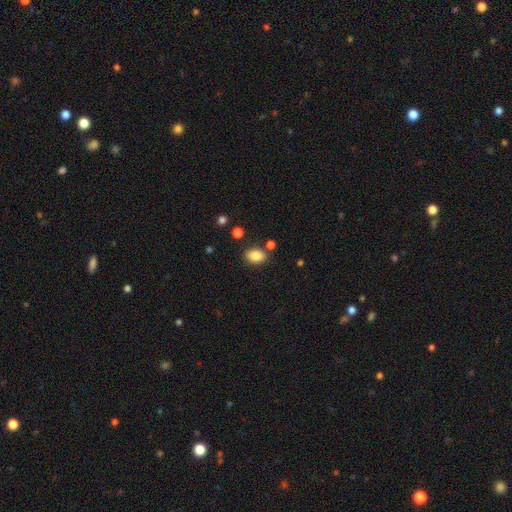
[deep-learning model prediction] Smooth or featured? smooth (85%)
How rounded? in between (83%)
Merging? none (78%)